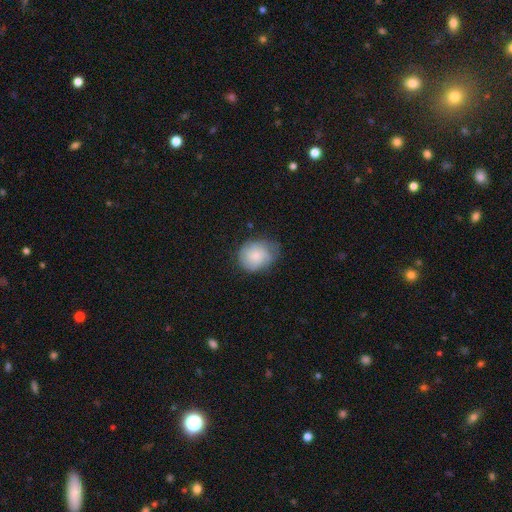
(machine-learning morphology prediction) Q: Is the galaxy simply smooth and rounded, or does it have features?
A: smooth — 65%.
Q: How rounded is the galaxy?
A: round — 62%.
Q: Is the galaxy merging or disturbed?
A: none — 60%.